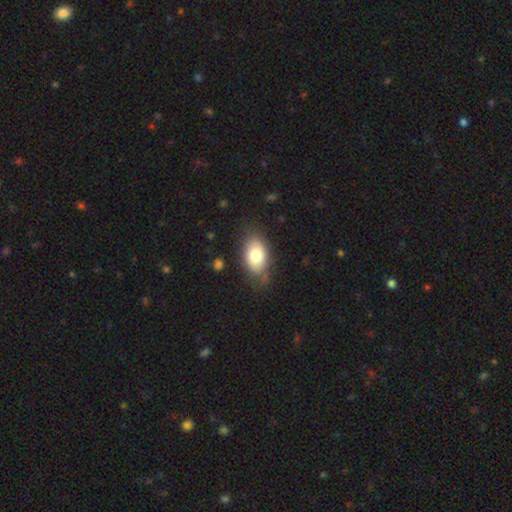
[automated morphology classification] Smooth or featured? smooth (76%)
How rounded? in between (90%)
Merging? none (69%)